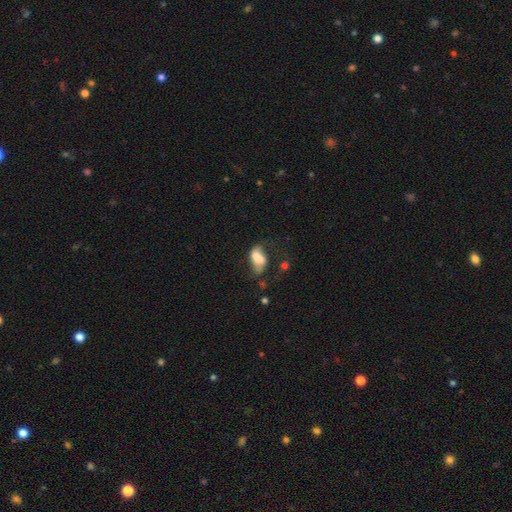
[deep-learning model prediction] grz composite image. It shows a smooth galaxy with no disk features (52%) that is in between round and cigar-shaped (86%). Merging: major disturbance (28%).